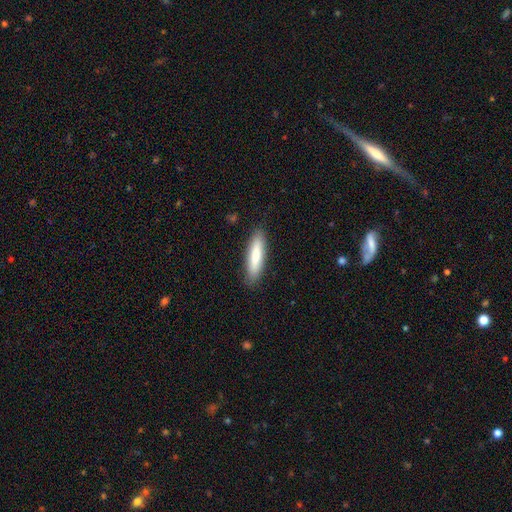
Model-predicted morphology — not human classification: type=smooth (78%); roundness=cigar-shaped (71%); merging=none (87%).